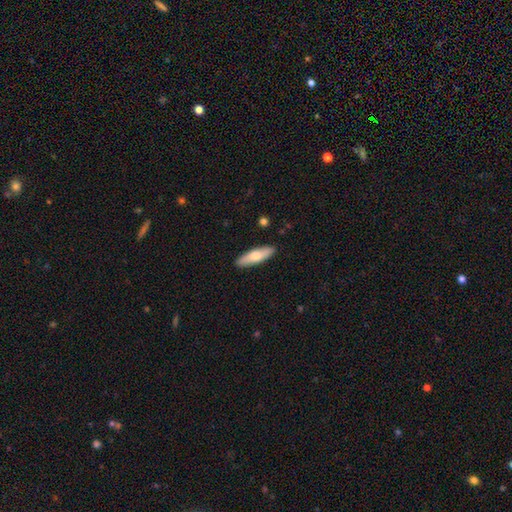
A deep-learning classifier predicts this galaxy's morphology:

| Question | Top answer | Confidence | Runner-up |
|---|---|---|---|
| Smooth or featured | smooth | 68% | featured or disk (27%) |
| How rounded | cigar-shaped | 58% | in between (40%) |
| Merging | none | 90% | minor disturbance (7%) |